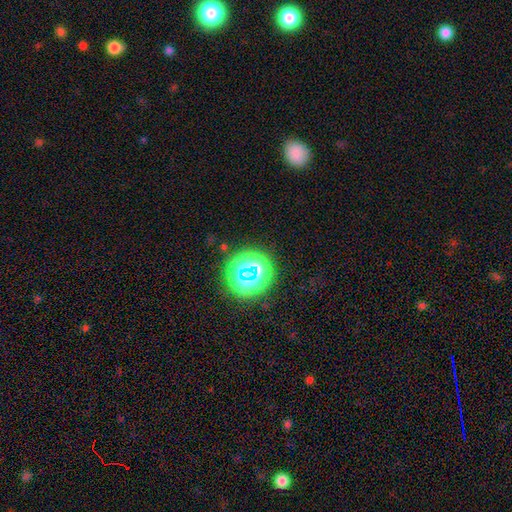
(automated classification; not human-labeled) smooth-or-featured: star or artifact: 74% | smooth: 19% | featured or disk: 8%